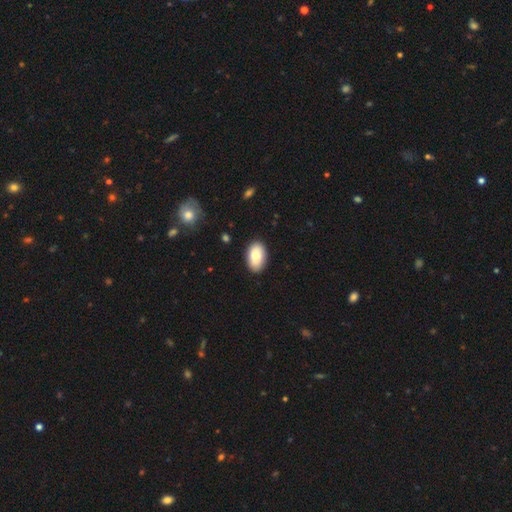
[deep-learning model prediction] Smooth or featured? Predicted: smooth (p=0.83). How rounded? Predicted: in between (p=0.93). Merging? Predicted: none (p=0.88).